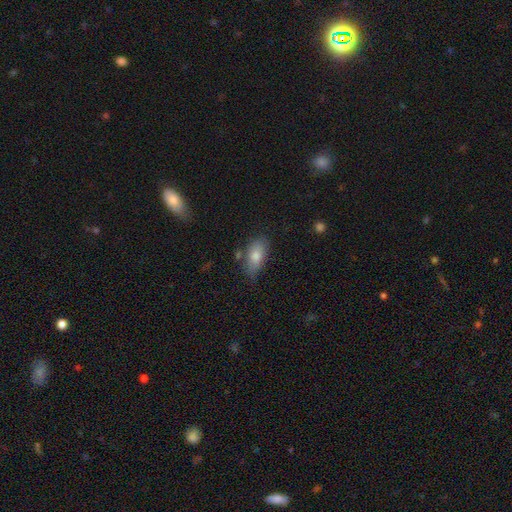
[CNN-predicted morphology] This is likely a smooth galaxy (75%). How rounded: clearly in between (86%). Merging: likely none (68%).